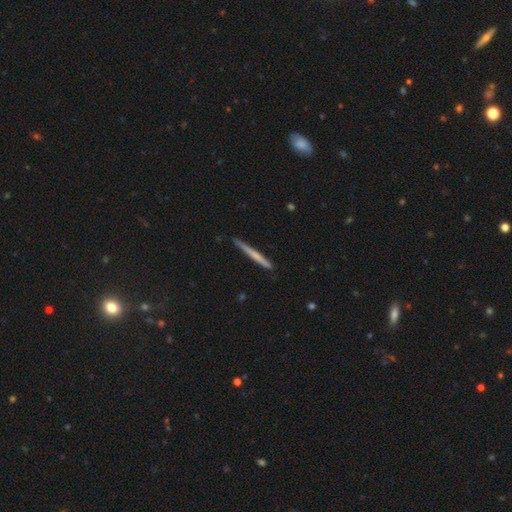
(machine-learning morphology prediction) smooth 54%, featured or disk 40%, star or artifact 5%. Down the decision tree: how rounded — cigar-shaped (97%); merging — none (85%).